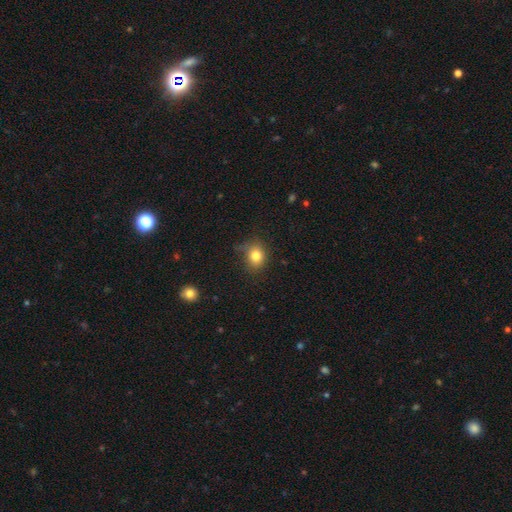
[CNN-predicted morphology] smooth-or-featured: smooth: 81% | star or artifact: 12% | featured or disk: 7%
  how-rounded: round: 63% | in between: 36% | cigar-shaped: 1%
  merging: none: 73% | minor disturbance: 20% | major disturbance: 5% | merger: 2%